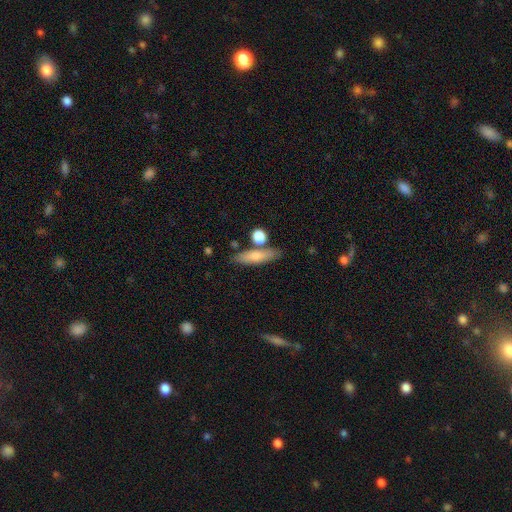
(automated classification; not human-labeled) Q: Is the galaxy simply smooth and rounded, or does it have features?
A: smooth — 69%.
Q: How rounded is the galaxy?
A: cigar-shaped — 60%.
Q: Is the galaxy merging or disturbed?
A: none — 71%.